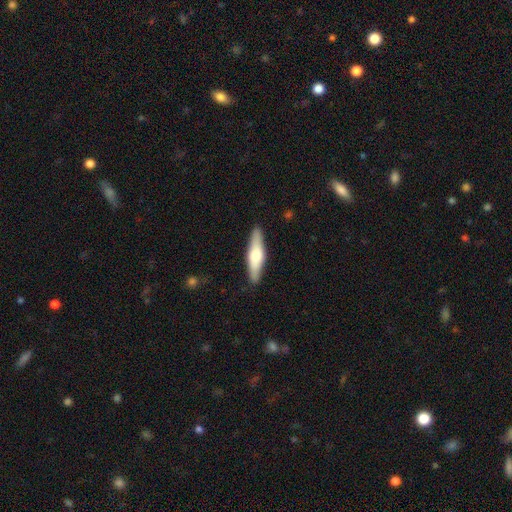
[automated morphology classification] A smooth galaxy with no disk features (54%) that is cigar-shaped (70%). Merging: none (88%).